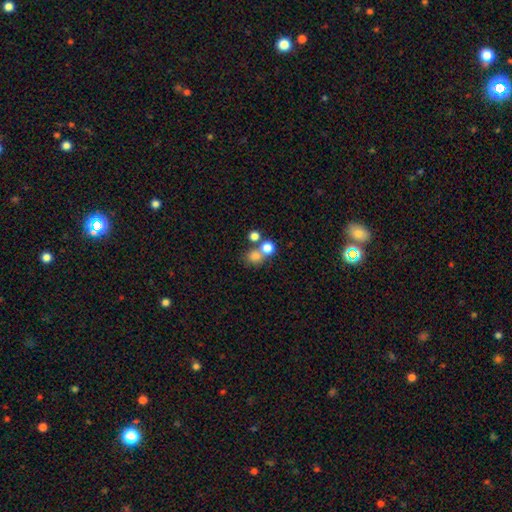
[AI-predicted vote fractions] The model was most divided on "merging": none: 48%, merger: 40%, minor disturbance: 7%, major disturbance: 4%. More confident: how rounded — round (82%); smooth or featured — smooth (75%).